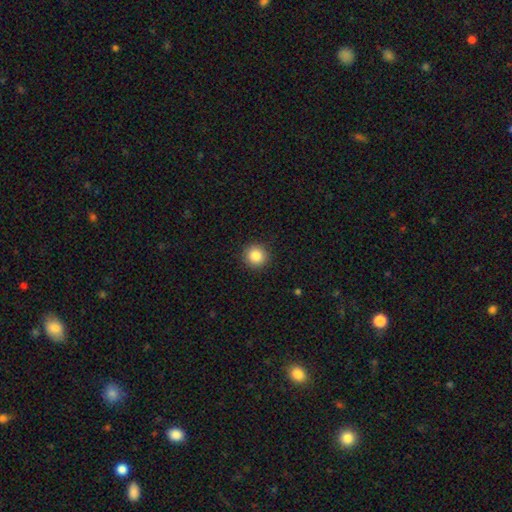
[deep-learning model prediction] This is clearly a smooth galaxy (86%). How rounded: clearly round (93%). Merging: clearly none (91%).